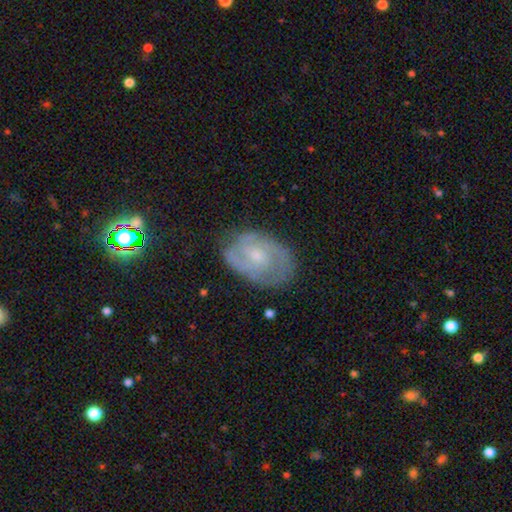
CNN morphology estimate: smooth_or_featured: featured or disk (p=0.71) [alt: smooth p=0.22]
disk_edge_on: no (p=0.97) [alt: yes p=0.03]
bar: no (p=0.59) [alt: weak p=0.36]
has_spiral_arms: yes (p=0.86) [alt: no p=0.14]
spiral_winding: tight (p=0.47) [alt: medium p=0.40]
spiral_arm_count: 2 (p=0.50) [alt: can't tell p=0.30]
bulge_size: small (p=0.57) [alt: moderate p=0.34]
merging: none (p=0.69) [alt: minor disturbance p=0.22]